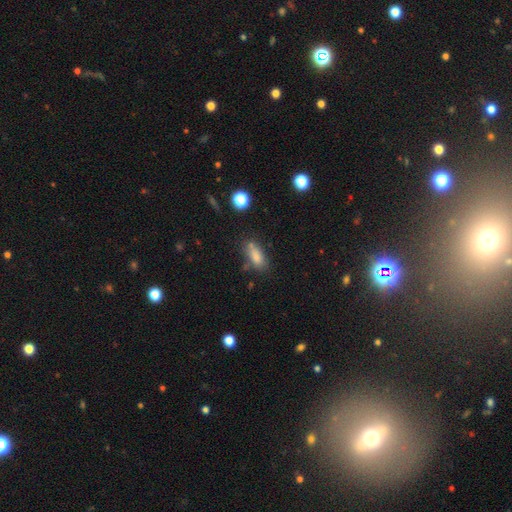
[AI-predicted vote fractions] Smooth or featured? Predicted: smooth (p=0.80). How rounded? Predicted: in between (p=0.80). Merging? Predicted: none (p=0.61).